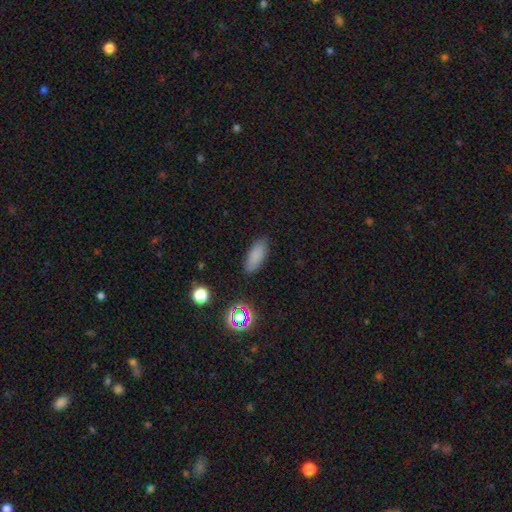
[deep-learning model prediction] Smooth or featured? Predicted: smooth (p=0.82). How rounded? Predicted: in between (p=0.80). Merging? Predicted: none (p=0.85).